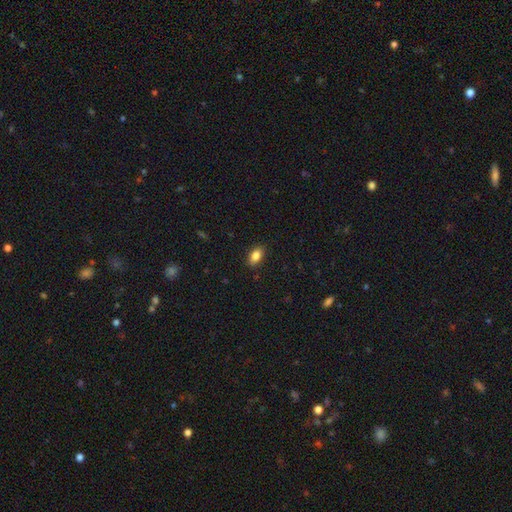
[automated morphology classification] The model was most divided on "smooth or featured": smooth: 84%, star or artifact: 8%, featured or disk: 8%. More confident: how rounded — in between (89%); merging — none (88%).